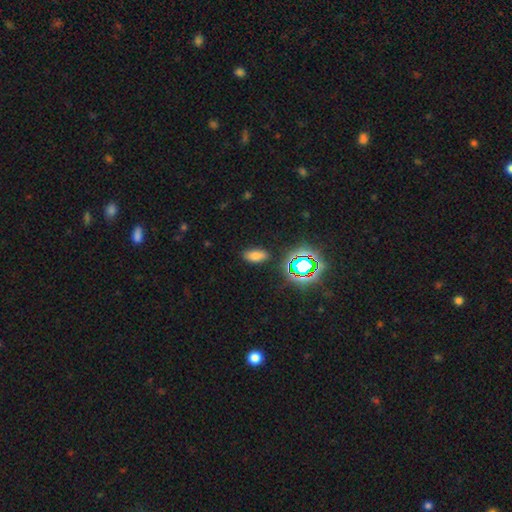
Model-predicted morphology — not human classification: The model was most divided on "smooth or featured": smooth: 71%, star or artifact: 21%, featured or disk: 7%. More confident: how rounded — in between (89%); merging — none (86%).